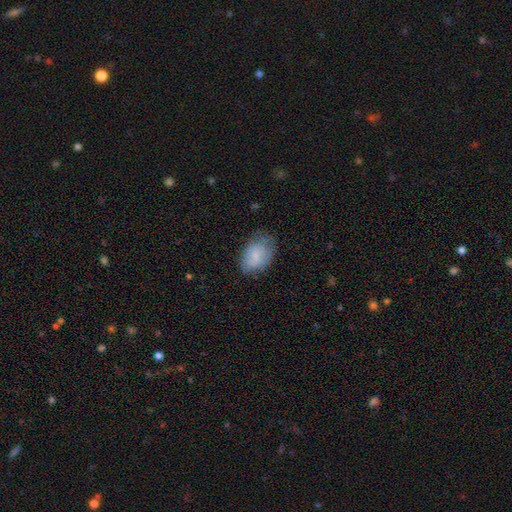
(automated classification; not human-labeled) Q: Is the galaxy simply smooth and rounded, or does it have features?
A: smooth — 77%.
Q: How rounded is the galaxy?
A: in between — 85%.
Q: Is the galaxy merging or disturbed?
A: none — 61%.